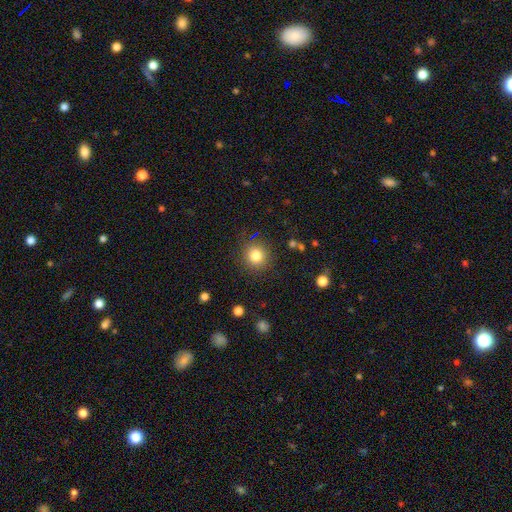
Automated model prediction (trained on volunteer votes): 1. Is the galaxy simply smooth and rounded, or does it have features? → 82% smooth, 12% star or artifact, 6% featured or disk.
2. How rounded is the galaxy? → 92% round, 7% in between, 1% cigar-shaped.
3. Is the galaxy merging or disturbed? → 87% none, 8% minor disturbance, 3% major disturbance, 2% merger.